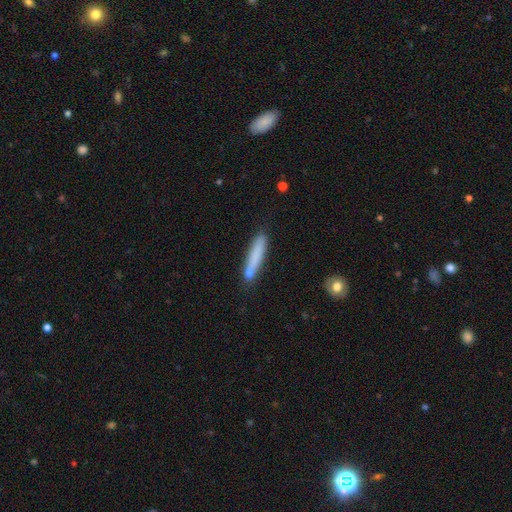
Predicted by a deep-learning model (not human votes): smooth_or_featured: smooth (p=0.76) [alt: featured or disk p=0.17]
how_rounded: cigar-shaped (p=0.91) [alt: in between p=0.08]
merging: none (p=0.71) [alt: minor disturbance p=0.15]